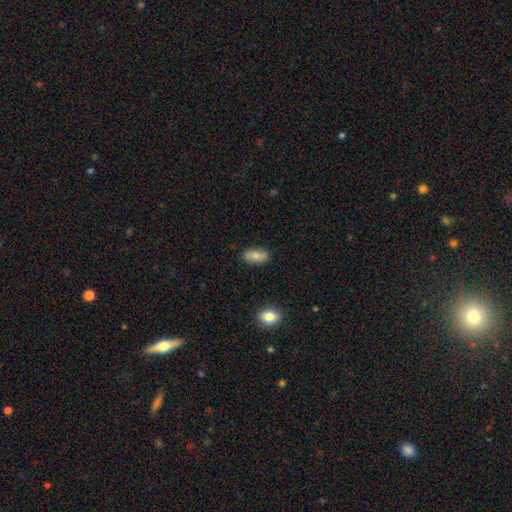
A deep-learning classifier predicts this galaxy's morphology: Smooth or featured?
  - smooth: 81% *
  - featured or disk: 12%
  - star or artifact: 7%
How rounded?
  - in between: 90% *
  - cigar-shaped: 6%
  - round: 4%
Merging?
  - none: 85% *
  - minor disturbance: 11%
  - major disturbance: 2%
  - merger: 1%